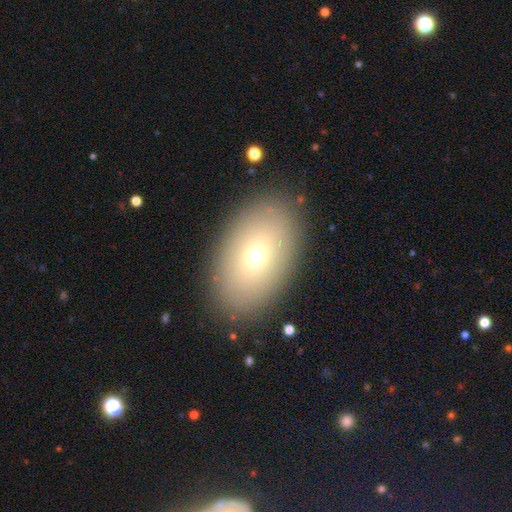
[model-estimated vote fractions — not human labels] The model was most divided on "smooth or featured": smooth: 69%, featured or disk: 20%, star or artifact: 11%. More confident: how rounded — in between (89%); merging — none (87%).